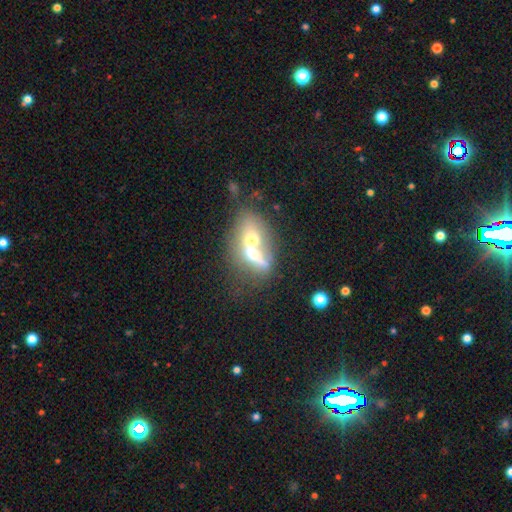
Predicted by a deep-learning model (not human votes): A smooth galaxy with no disk features (49%).

Vote fractions:
- Smooth or featured? smooth: 49% / featured or disk: 41% / star or artifact: 11%
- Merging? merger: 69% / none: 16% / major disturbance: 8% / minor disturbance: 7%